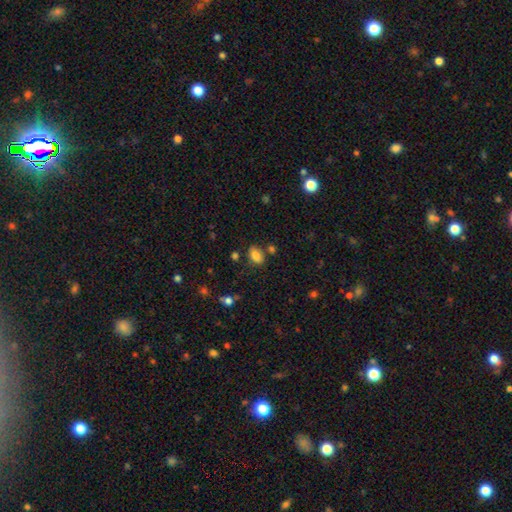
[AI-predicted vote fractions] Smooth or featured?
  - smooth: 83% *
  - star or artifact: 10%
  - featured or disk: 7%
How rounded?
  - in between: 86% *
  - round: 13%
  - cigar-shaped: 2%
Merging?
  - none: 73% *
  - minor disturbance: 15%
  - merger: 8%
  - major disturbance: 4%